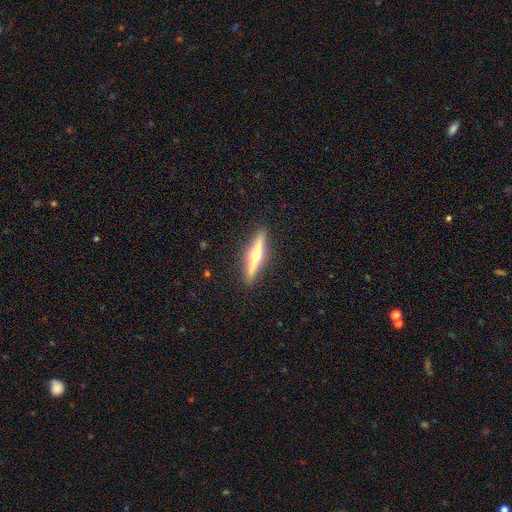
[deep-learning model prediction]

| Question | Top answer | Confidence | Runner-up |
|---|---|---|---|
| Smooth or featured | featured or disk | 68% | smooth (27%) |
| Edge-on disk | yes | 97% | no (3%) |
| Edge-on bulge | rounded | 92% | none (5%) |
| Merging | none | 91% | minor disturbance (6%) |